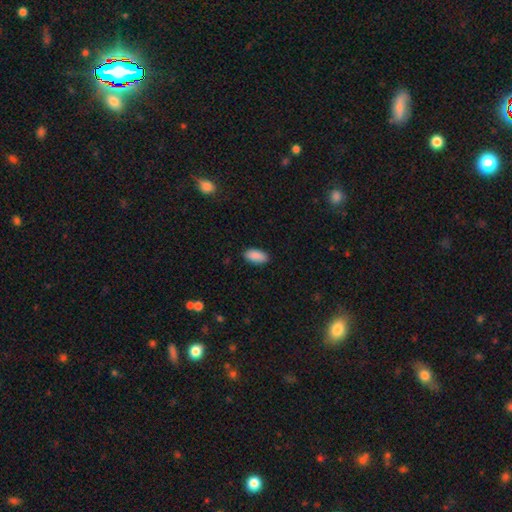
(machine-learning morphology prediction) Smooth or featured? smooth (90%)
How rounded? in between (93%)
Merging? none (89%)